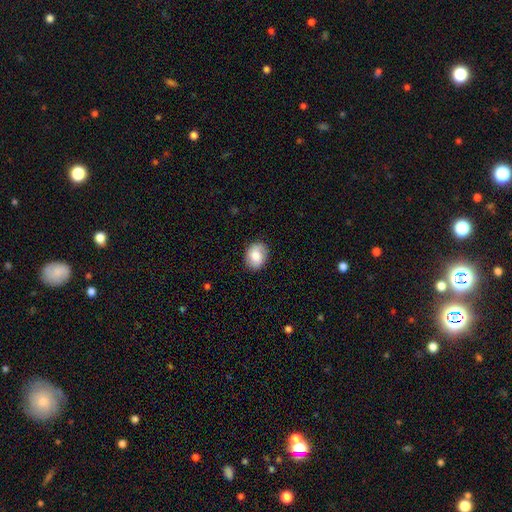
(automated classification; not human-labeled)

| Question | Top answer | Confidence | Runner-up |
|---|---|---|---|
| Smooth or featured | smooth | 80% | featured or disk (12%) |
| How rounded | in between | 57% | round (42%) |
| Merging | none | 85% | minor disturbance (11%) |